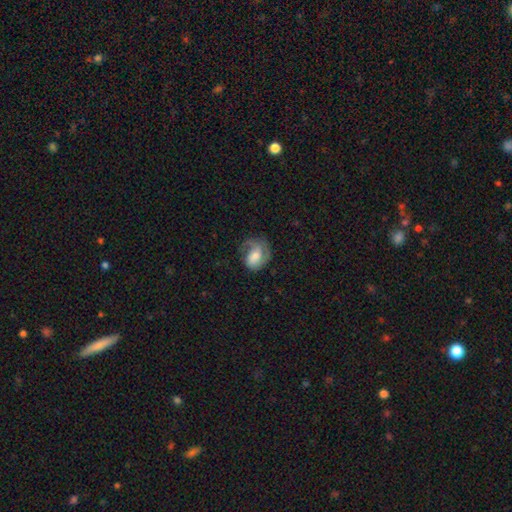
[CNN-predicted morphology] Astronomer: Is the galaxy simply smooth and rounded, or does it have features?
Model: featured or disk — 62%.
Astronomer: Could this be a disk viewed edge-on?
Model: no — 97%.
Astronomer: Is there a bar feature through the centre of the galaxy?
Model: no — 51% (runner-up: weak, 37%).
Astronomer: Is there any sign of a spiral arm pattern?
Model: yes — 89%.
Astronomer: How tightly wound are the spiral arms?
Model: medium — 42% (runner-up: tight, 31%).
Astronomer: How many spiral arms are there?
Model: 1 — 47% (runner-up: 2, 38%).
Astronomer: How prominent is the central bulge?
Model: moderate — 48% (runner-up: small, 31%).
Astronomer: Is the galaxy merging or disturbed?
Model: none — 50%.